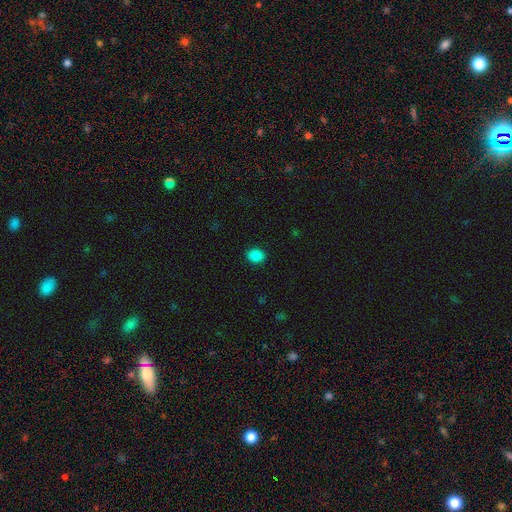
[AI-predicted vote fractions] Smooth or featured? smooth (87%)
How rounded? round (56%)
Merging? none (90%)